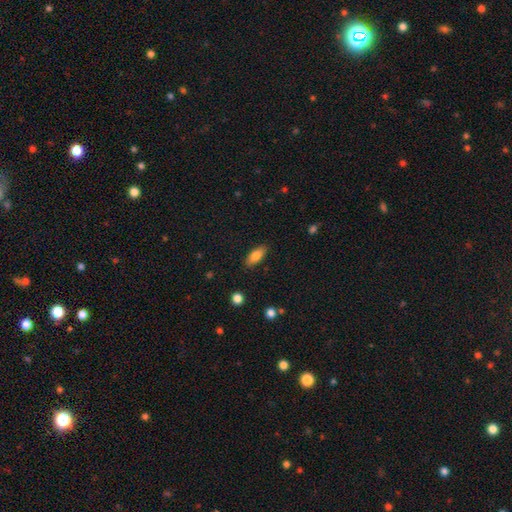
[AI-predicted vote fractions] This is clearly a smooth galaxy (82%). How rounded: clearly in between (82%). Merging: clearly none (86%).